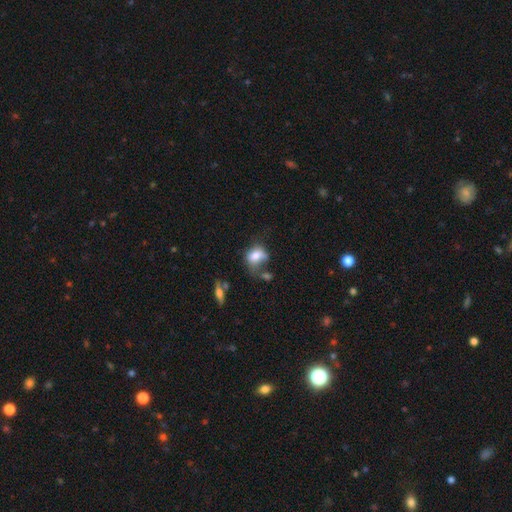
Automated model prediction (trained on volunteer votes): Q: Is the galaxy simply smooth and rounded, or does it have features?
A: smooth — 73%.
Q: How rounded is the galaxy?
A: in between — 64%.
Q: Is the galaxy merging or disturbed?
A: none — 31%.